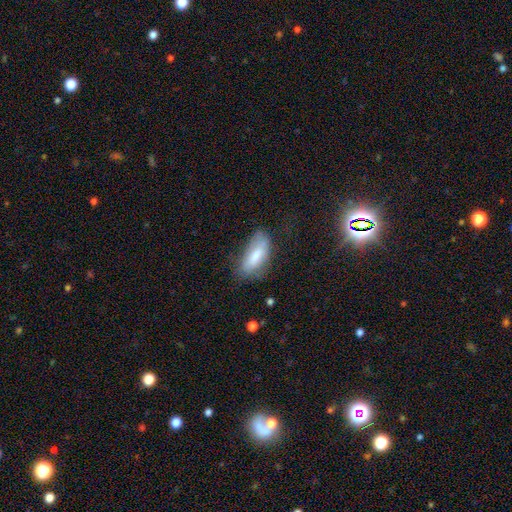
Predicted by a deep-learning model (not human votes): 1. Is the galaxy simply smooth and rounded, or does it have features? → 74% smooth, 18% featured or disk, 7% star or artifact.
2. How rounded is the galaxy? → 77% in between, 21% cigar-shaped, 2% round.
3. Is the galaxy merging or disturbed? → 58% none, 28% minor disturbance, 11% major disturbance, 2% merger.